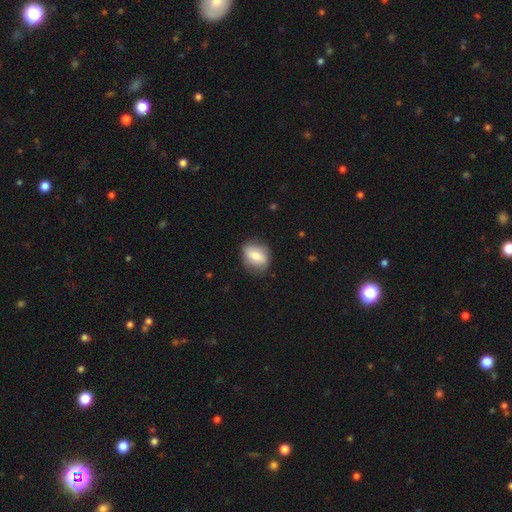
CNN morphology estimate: This appears to be a smooth galaxy with no disk features (75%) that is in between round and cigar-shaped (60%). Merging: none (76%).